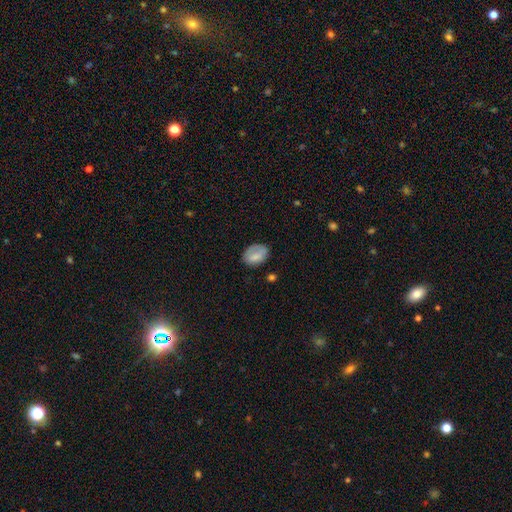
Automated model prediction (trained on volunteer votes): smooth 74%, featured or disk 18%, star or artifact 7%. Down the decision tree: how rounded — in between (81%); merging — none (63%).